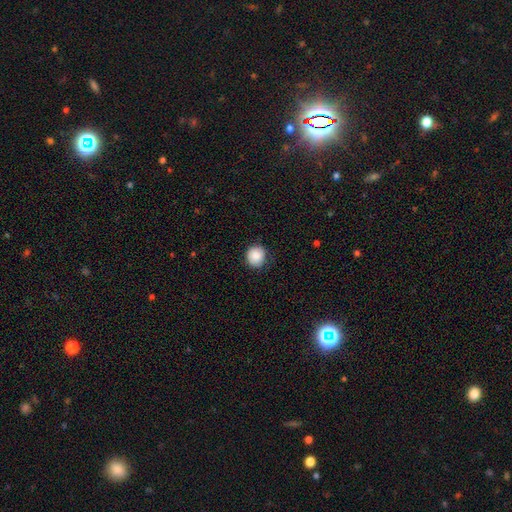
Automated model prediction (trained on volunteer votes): This appears to be a smooth galaxy with no disk features (85%) that is round (90%). Merging: none (84%).